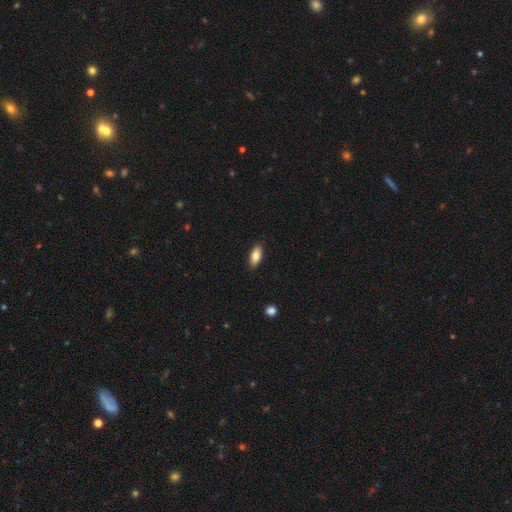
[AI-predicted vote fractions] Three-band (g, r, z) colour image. It shows a smooth galaxy with no disk features (84%) that is in between round and cigar-shaped (88%). Merging: none (88%).